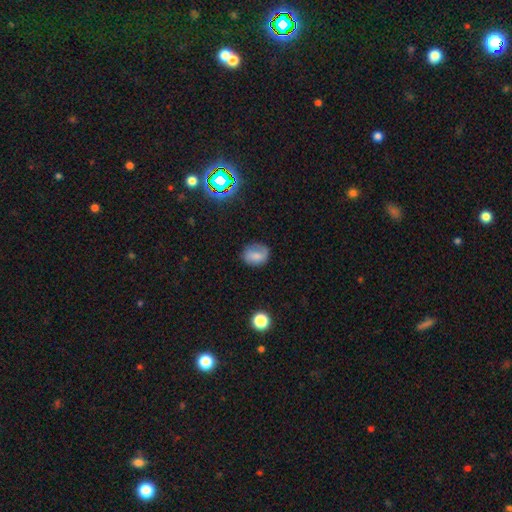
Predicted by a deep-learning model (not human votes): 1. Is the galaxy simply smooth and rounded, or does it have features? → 64% smooth, 24% featured or disk, 11% star or artifact.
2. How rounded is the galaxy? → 50% round, 48% in between, 1% cigar-shaped.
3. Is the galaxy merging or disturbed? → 69% none, 22% minor disturbance, 8% major disturbance, 2% merger.